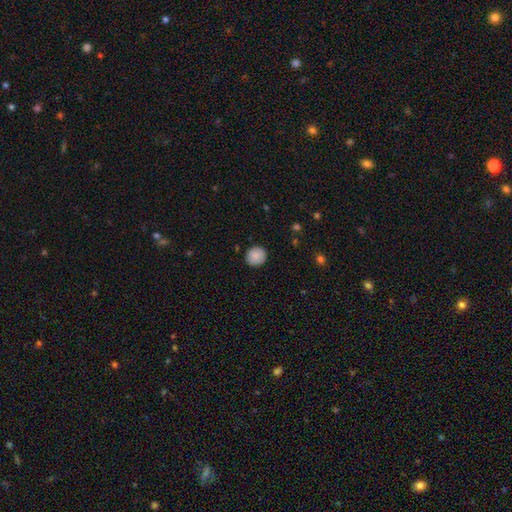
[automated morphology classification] Smooth or featured? Predicted: smooth (p=0.87). How rounded? Predicted: round (p=0.90). Merging? Predicted: none (p=0.89).